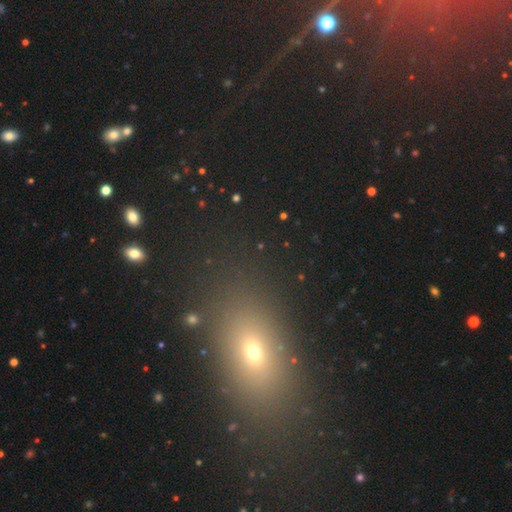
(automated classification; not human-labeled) Overall: smooth (48%; star or artifact 39%). Merging: none (85%).